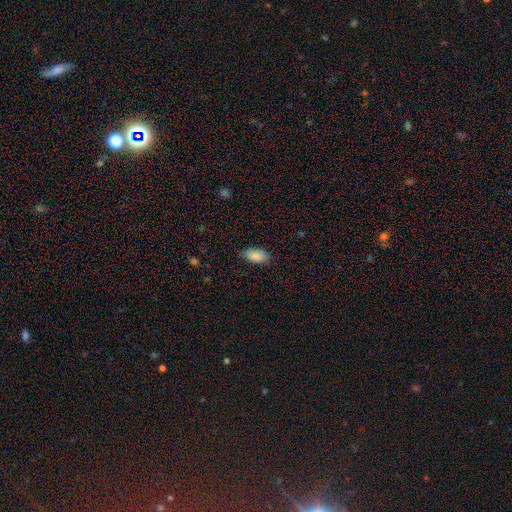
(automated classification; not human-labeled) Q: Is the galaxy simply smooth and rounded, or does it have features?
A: smooth — 87%.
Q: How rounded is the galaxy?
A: in between — 93%.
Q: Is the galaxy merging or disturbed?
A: none — 79%.